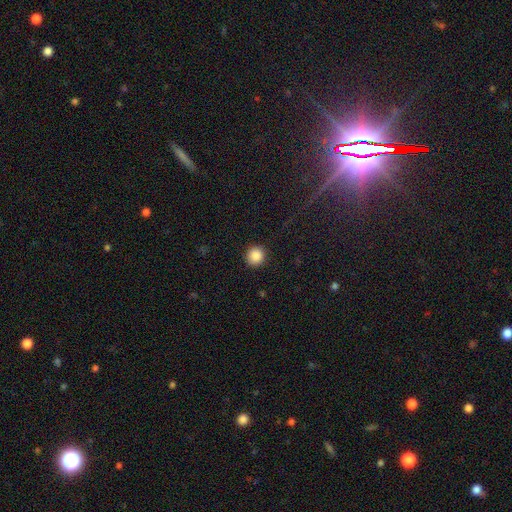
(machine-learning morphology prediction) Smooth or featured: smooth — 88% (star or artifact — 9%)
How rounded: round — 93% (in between — 6%)
Merging: none — 92% (minor disturbance — 5%)